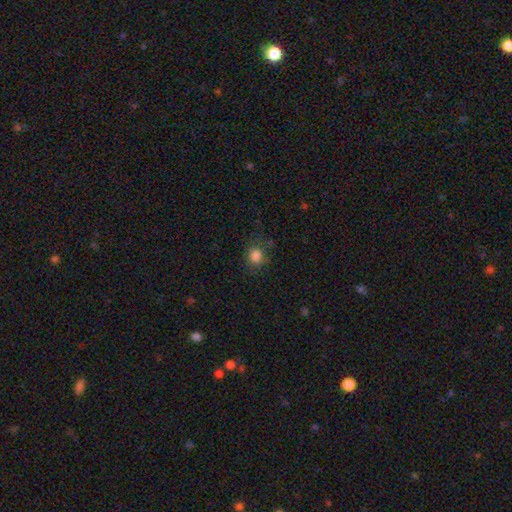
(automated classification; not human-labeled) smooth_or_featured: smooth (p=0.82) [alt: star or artifact p=0.12]
how_rounded: round (p=0.74) [alt: in between p=0.25]
merging: none (p=0.74) [alt: minor disturbance p=0.17]